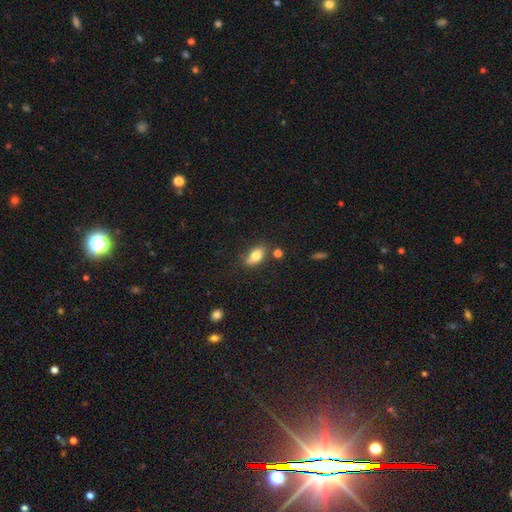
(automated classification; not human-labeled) Overall: smooth (78%). How rounded: in between (86%). Merging: none (75%).